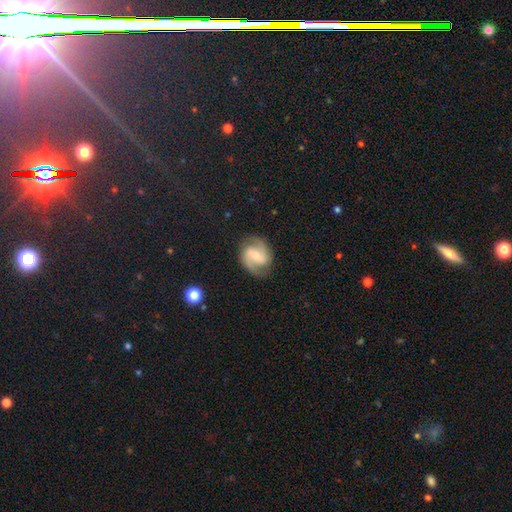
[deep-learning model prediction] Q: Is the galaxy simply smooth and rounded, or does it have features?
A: featured or disk — 82%.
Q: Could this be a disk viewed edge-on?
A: no — 98%.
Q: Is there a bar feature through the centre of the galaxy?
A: weak — 47%.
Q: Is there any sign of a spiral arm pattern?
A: yes — 96%.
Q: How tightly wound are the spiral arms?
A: medium — 52%.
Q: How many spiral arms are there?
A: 2 — 91%.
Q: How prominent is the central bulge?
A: moderate — 49%.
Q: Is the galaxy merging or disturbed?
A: none — 83%.